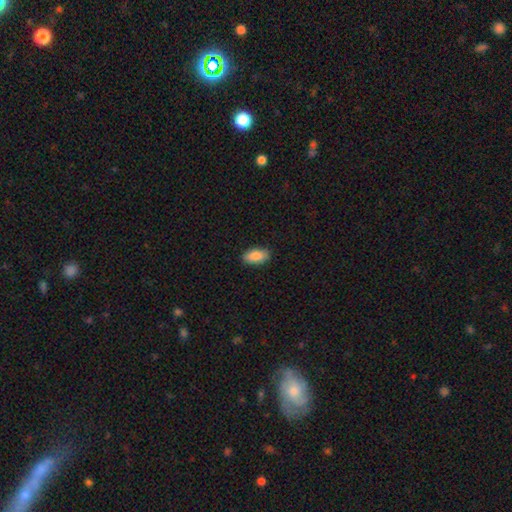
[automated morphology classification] smooth_or_featured: smooth (p=0.87) [alt: star or artifact p=0.06]
how_rounded: in between (p=0.89) [alt: cigar-shaped p=0.09]
merging: none (p=0.88) [alt: minor disturbance p=0.09]